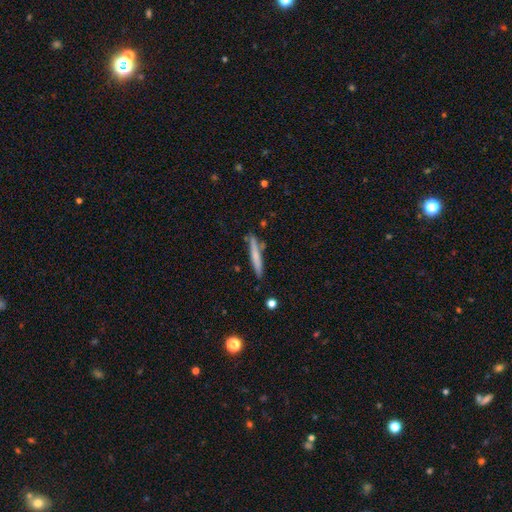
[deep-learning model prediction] Smooth or featured?
  - smooth: 64% *
  - featured or disk: 30%
  - star or artifact: 6%
How rounded?
  - cigar-shaped: 95% *
  - in between: 4%
  - round: 1%
Merging?
  - none: 82% *
  - minor disturbance: 11%
  - merger: 4%
  - major disturbance: 2%